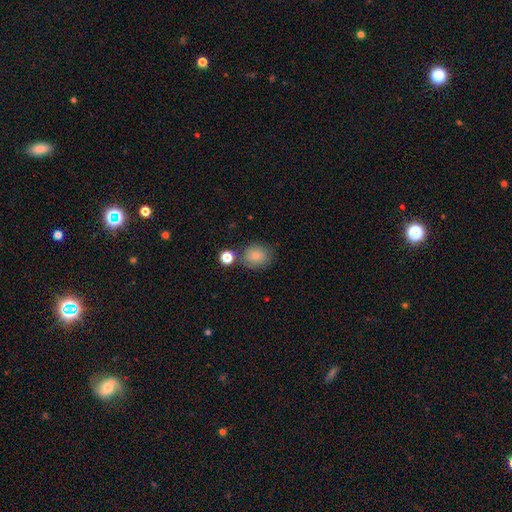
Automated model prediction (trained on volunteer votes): Q: Smooth or featured?
A: smooth (82%); runner-up: star or artifact (10%)
Q: How rounded?
A: round (69%); runner-up: in between (30%)
Q: Merging?
A: none (72%); runner-up: minor disturbance (14%)